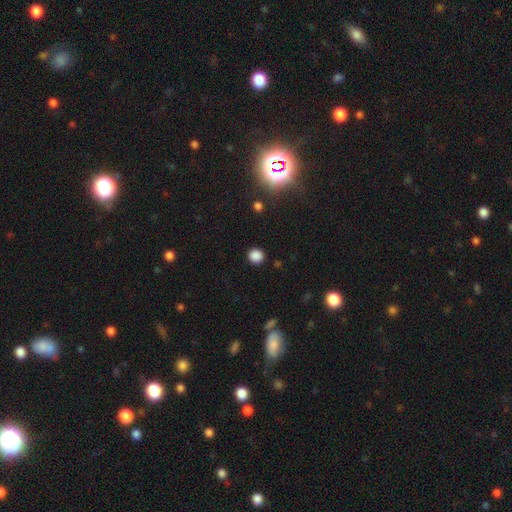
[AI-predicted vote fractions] smooth 85%, star or artifact 12%, featured or disk 3%. Down the decision tree: how rounded — round (87%); merging — none (89%).